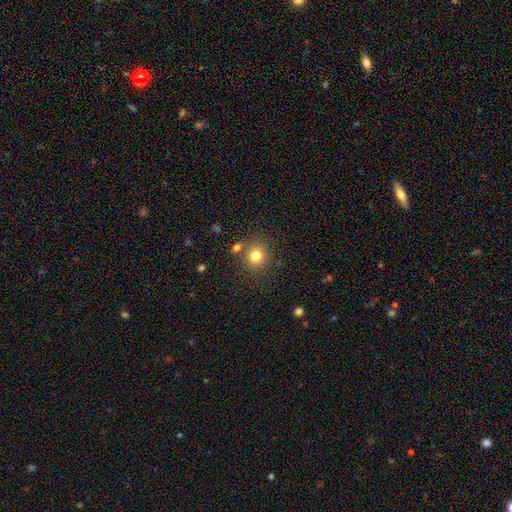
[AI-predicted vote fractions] smooth 80%, star or artifact 13%, featured or disk 7%. Down the decision tree: how rounded — round (82%); merging — none (77%).